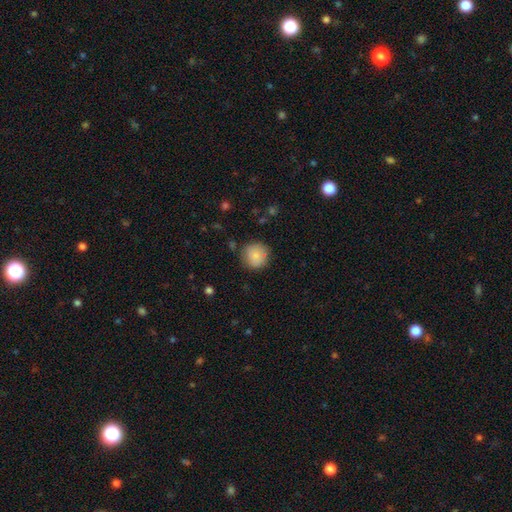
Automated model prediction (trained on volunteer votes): Smooth or featured? smooth (84%)
How rounded? round (92%)
Merging? none (79%)